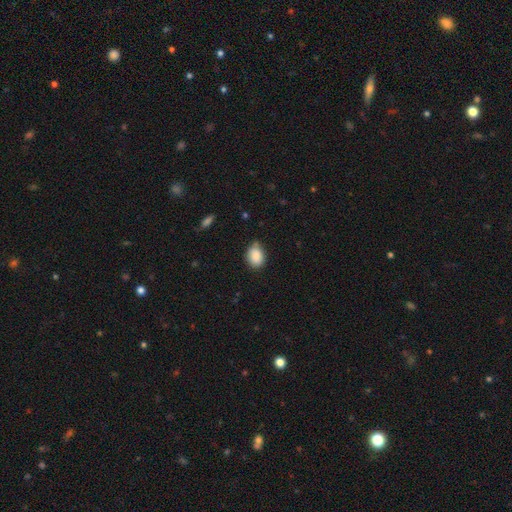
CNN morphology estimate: A smooth galaxy with no disk features (88%) that is in between round and cigar-shaped (69%). Merging: none (67%).